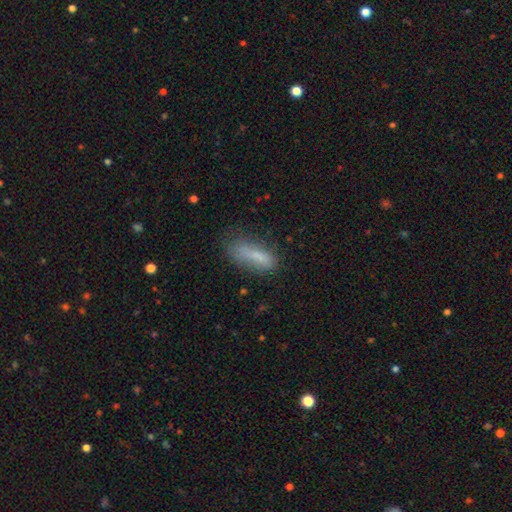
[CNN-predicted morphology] Smooth or featured: smooth — 75% (featured or disk — 16%)
How rounded: in between — 54% (cigar-shaped — 43%)
Merging: none — 53% (minor disturbance — 29%)